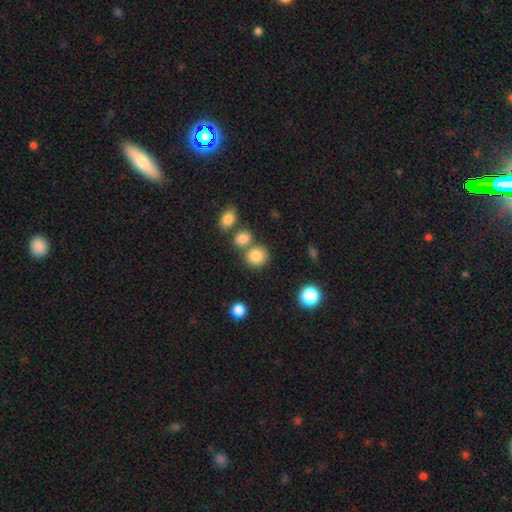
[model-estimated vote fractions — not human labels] Morphology: type=smooth (83%); roundness=round (83%); merging=none (62%).